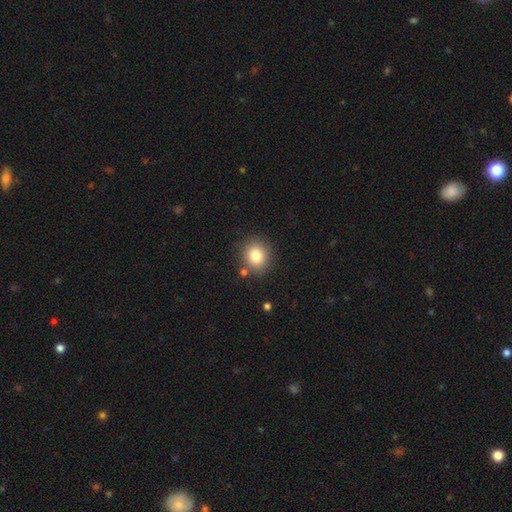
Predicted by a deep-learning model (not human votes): Smooth or featured: smooth — 81% (star or artifact — 11%)
How rounded: round — 81% (in between — 18%)
Merging: none — 83% (minor disturbance — 9%)